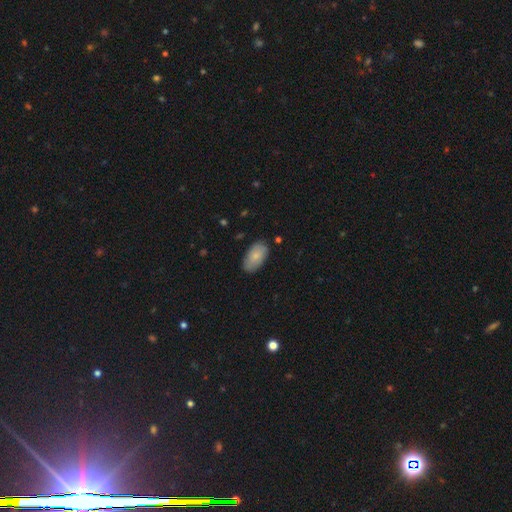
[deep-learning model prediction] Q: Smooth or featured?
A: smooth (80%); runner-up: featured or disk (14%)
Q: How rounded?
A: in between (94%); runner-up: round (4%)
Q: Merging?
A: none (82%); runner-up: minor disturbance (14%)